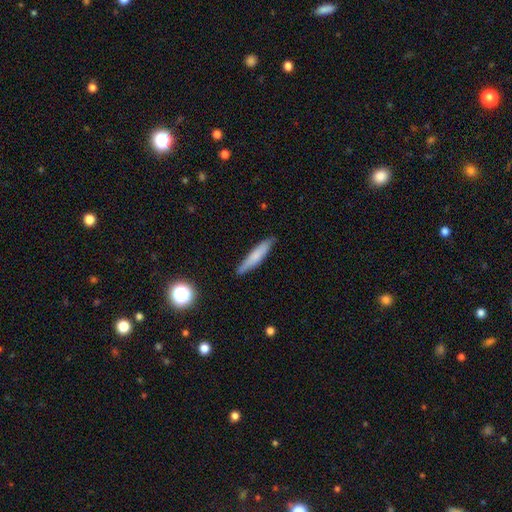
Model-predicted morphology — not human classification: The model was most divided on "smooth or featured": smooth: 70%, featured or disk: 23%, star or artifact: 7%. More confident: how rounded — cigar-shaped (90%); merging — none (87%).